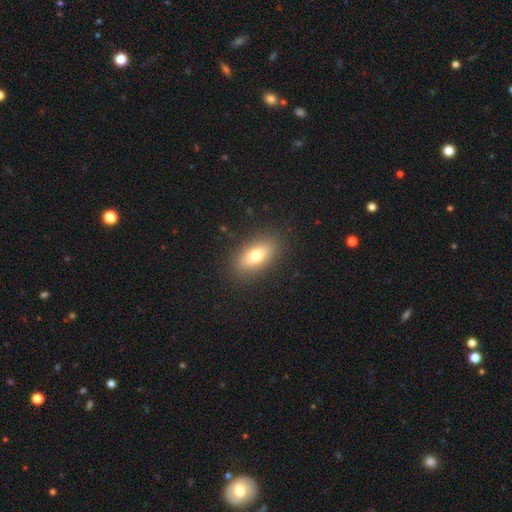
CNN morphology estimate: Smooth or featured?
  - smooth: 74% *
  - featured or disk: 17%
  - star or artifact: 9%
How rounded?
  - in between: 82% *
  - cigar-shaped: 11%
  - round: 6%
Merging?
  - none: 87% *
  - minor disturbance: 9%
  - major disturbance: 3%
  - merger: 1%